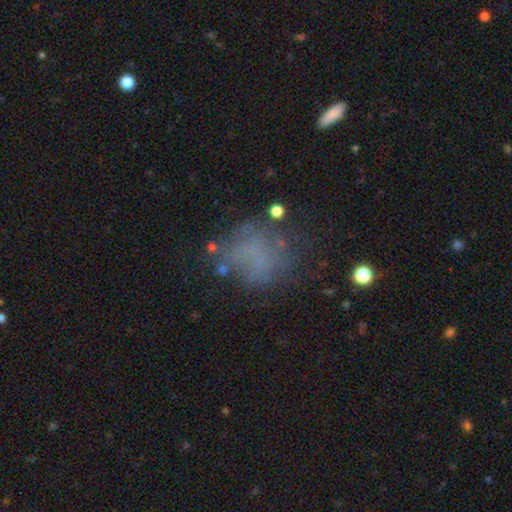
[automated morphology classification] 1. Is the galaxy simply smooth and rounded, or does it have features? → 49% smooth, 30% featured or disk, 20% star or artifact.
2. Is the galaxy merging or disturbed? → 53% none, 22% minor disturbance, 20% major disturbance, 5% merger.